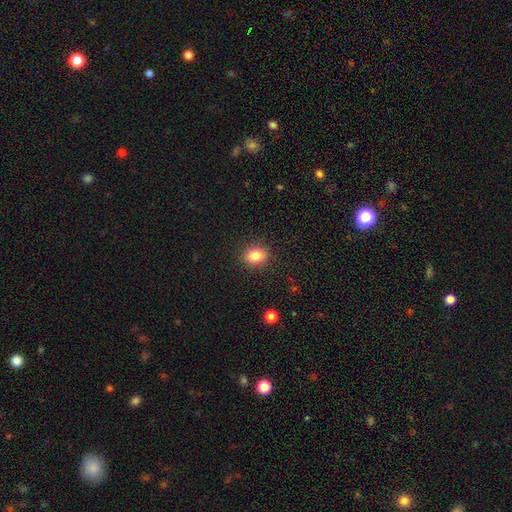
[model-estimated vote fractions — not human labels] smooth_or_featured: smooth (p=0.82) [alt: star or artifact p=0.10]
how_rounded: in between (p=0.55) [alt: round p=0.44]
merging: none (p=0.89) [alt: minor disturbance p=0.08]